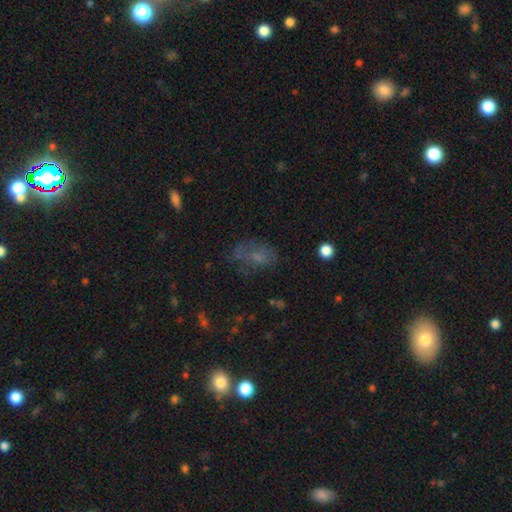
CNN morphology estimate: Smooth or featured? smooth (49%)
Merging? none (47%)